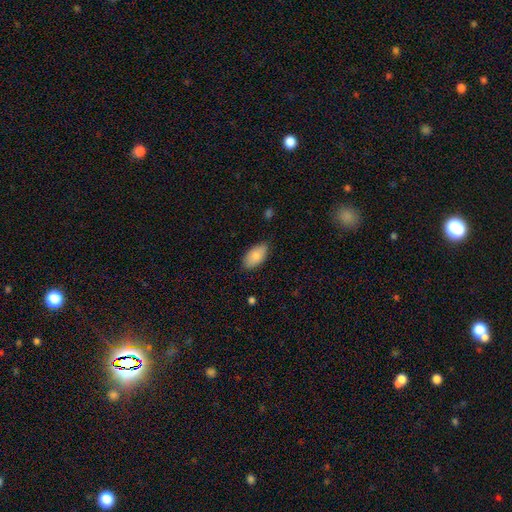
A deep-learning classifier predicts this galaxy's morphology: Smooth or featured? Predicted: smooth (p=0.86). How rounded? Predicted: in between (p=0.95). Merging? Predicted: none (p=0.82).